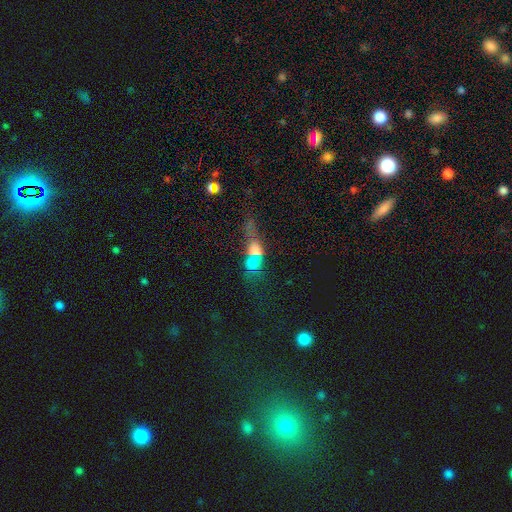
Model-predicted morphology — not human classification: smooth_or_featured: smooth (p=0.51) [alt: featured or disk p=0.29]
how_rounded: in between (p=0.53) [alt: round p=0.29]
merging: merger (p=0.51) [alt: none p=0.25]